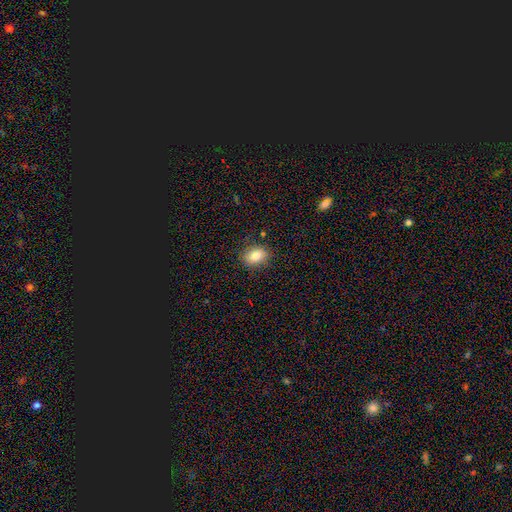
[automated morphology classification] Smooth or featured: smooth — 82% (star or artifact — 9%)
How rounded: in between — 73% (round — 26%)
Merging: none — 85% (minor disturbance — 11%)